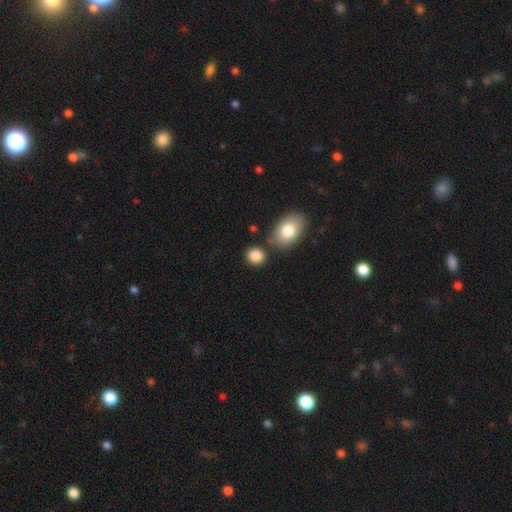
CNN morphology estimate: smooth_or_featured: smooth (p=0.87) [alt: star or artifact p=0.08]
how_rounded: round (p=0.70) [alt: in between p=0.29]
merging: none (p=0.76) [alt: merger p=0.10]